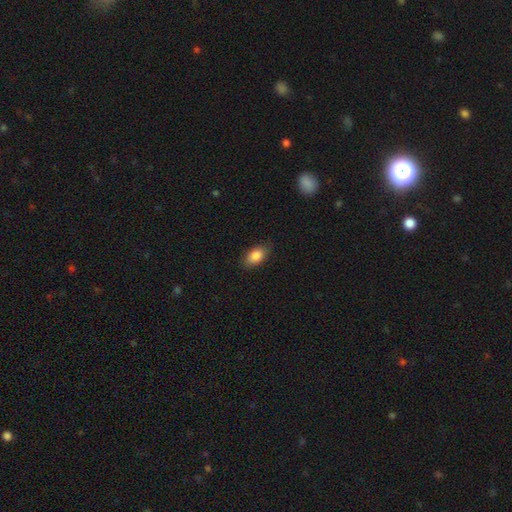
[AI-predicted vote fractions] smooth 87%, star or artifact 7%, featured or disk 6%. Down the decision tree: how rounded — in between (90%); merging — none (82%).